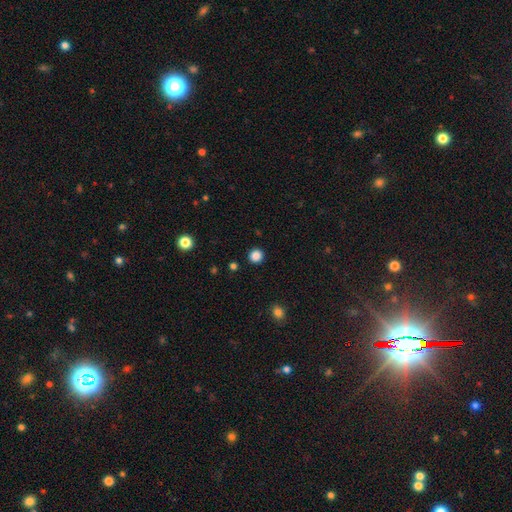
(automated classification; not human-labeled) Smooth or featured? Predicted: smooth (p=0.86). How rounded? Predicted: round (p=0.93). Merging? Predicted: none (p=0.92).